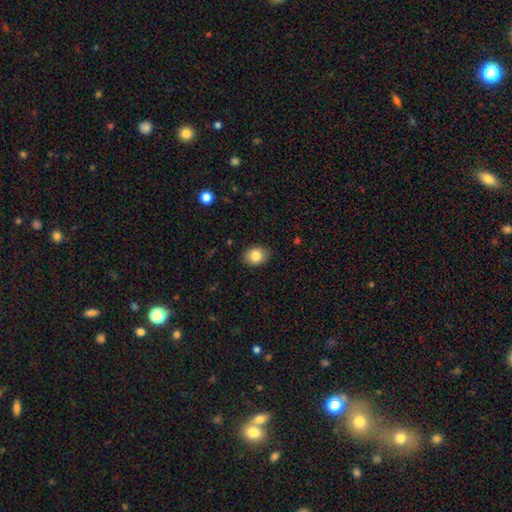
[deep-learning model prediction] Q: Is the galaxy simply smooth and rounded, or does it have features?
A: smooth — 85%.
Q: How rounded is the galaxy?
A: in between — 57%.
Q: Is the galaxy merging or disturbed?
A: none — 86%.